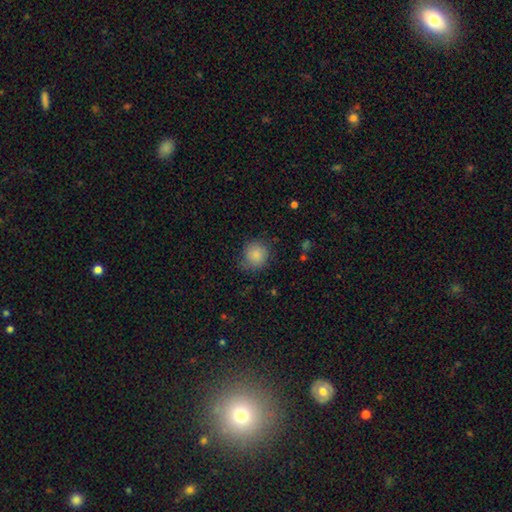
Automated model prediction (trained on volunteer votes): This is clearly a smooth galaxy (85%). How rounded: clearly round (90%). Merging: likely none (76%).